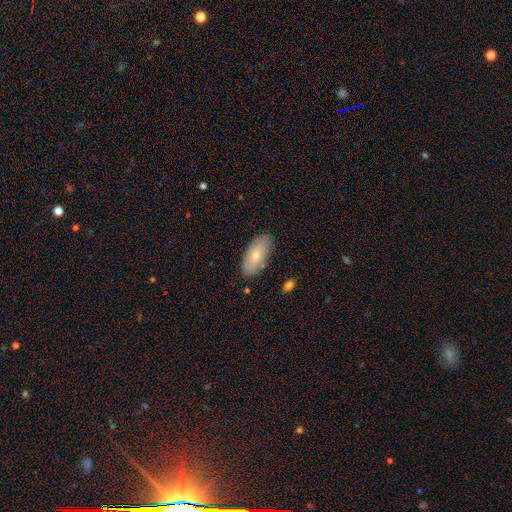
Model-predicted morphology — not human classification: Overall: smooth (73%). How rounded: in between (92%). Merging: none (84%).